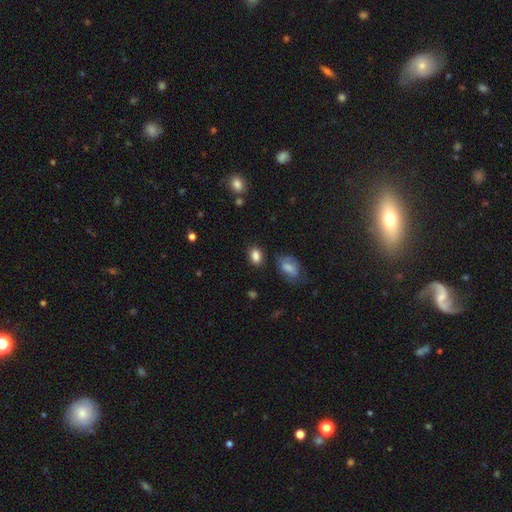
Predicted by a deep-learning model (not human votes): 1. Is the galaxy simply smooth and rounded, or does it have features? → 85% smooth, 10% star or artifact, 5% featured or disk.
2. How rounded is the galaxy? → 80% in between, 18% round, 2% cigar-shaped.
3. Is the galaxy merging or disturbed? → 77% none, 14% minor disturbance, 4% merger, 4% major disturbance.